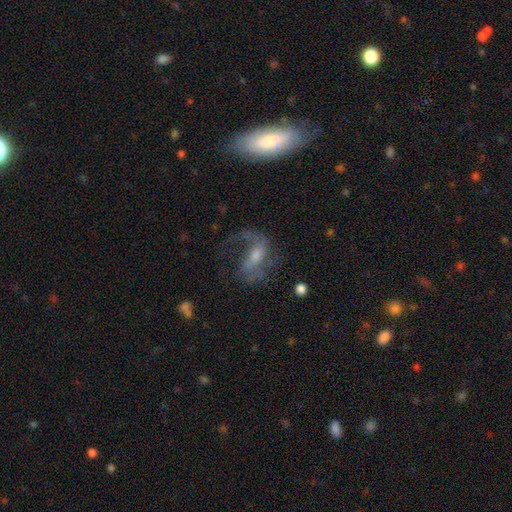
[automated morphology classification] Q: Smooth or featured?
A: featured or disk (74%); runner-up: smooth (16%)
Q: Edge-on disk?
A: no (94%); runner-up: yes (6%)
Q: Bar?
A: weak (47%); runner-up: strong (27%)
Q: Spiral arms?
A: yes (89%); runner-up: no (11%)
Q: Spiral winding?
A: loose (55%); runner-up: medium (36%)
Q: Spiral arm count?
A: 2 (73%); runner-up: 1 (15%)
Q: Bulge size?
A: moderate (44%); runner-up: small (37%)
Q: Merging?
A: none (52%); runner-up: major disturbance (27%)